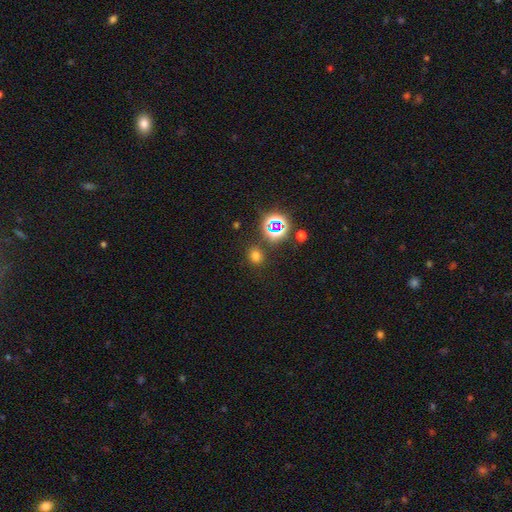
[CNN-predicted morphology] Smooth or featured? smooth (66%)
How rounded? round (73%)
Merging? none (84%)